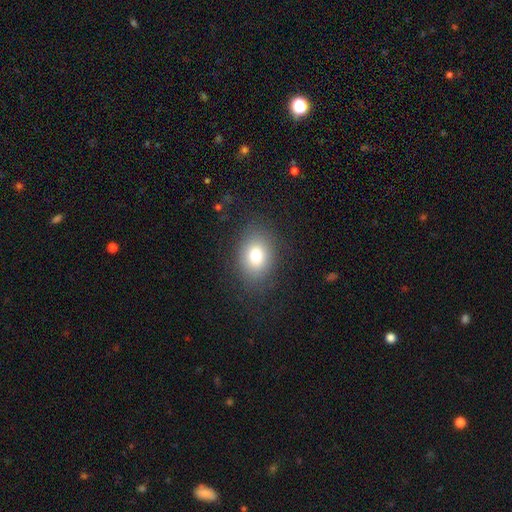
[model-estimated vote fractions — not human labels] Overall: smooth (79%). How rounded: in between (69%; round 30%). Merging: none (81%).